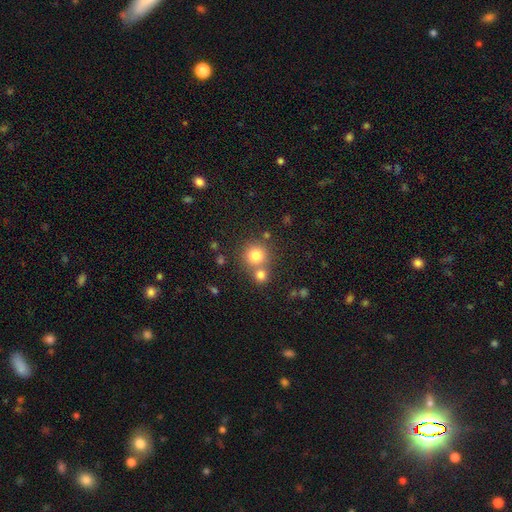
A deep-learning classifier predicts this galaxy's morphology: This appears to be a smooth galaxy with no disk features (78%) that is round (92%). Merging: none (60%).